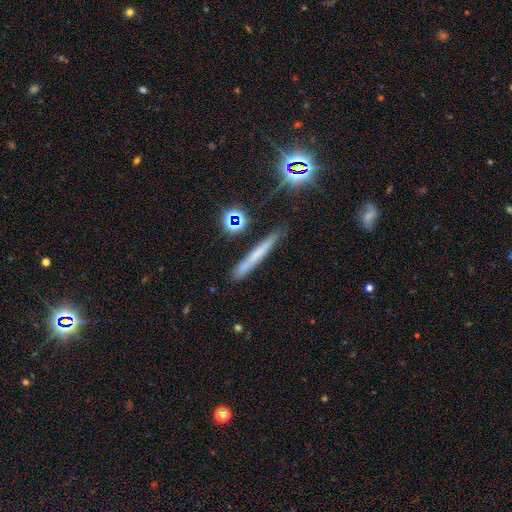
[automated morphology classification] This is possibly a smooth galaxy (51%). How rounded: clearly cigar-shaped (93%). Merging: clearly none (84%).